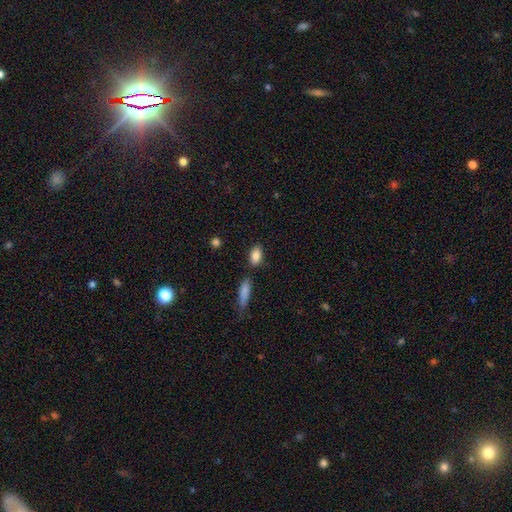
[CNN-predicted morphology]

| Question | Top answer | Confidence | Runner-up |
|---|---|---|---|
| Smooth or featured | smooth | 86% | star or artifact (7%) |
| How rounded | in between | 89% | round (6%) |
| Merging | none | 79% | minor disturbance (11%) |